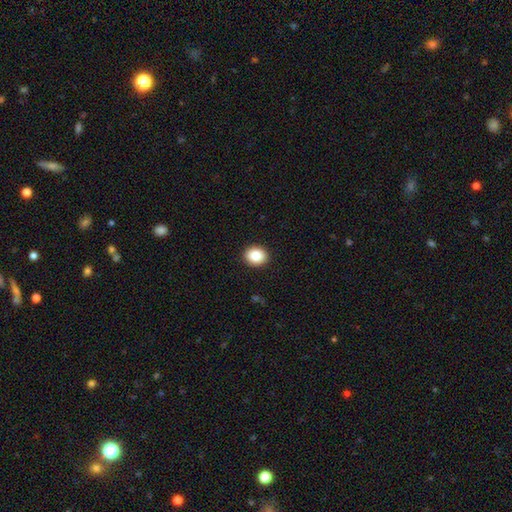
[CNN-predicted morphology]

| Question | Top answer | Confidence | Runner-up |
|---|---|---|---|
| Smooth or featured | smooth | 85% | star or artifact (9%) |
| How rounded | round | 66% | in between (33%) |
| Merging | none | 92% | minor disturbance (5%) |